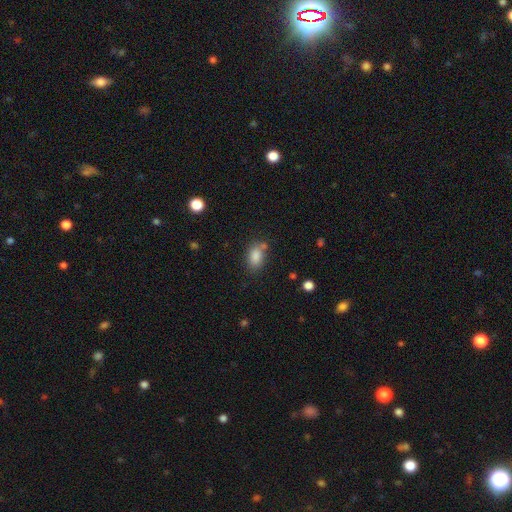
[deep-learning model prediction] Q: Smooth or featured?
A: smooth (84%); runner-up: star or artifact (10%)
Q: How rounded?
A: in between (85%); runner-up: round (13%)
Q: Merging?
A: none (69%); runner-up: minor disturbance (16%)